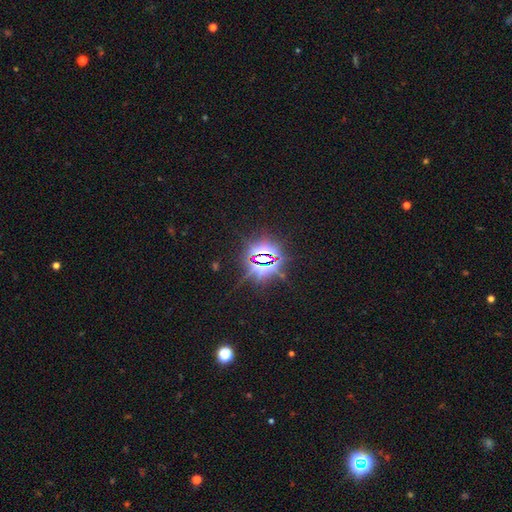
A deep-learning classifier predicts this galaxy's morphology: Q: Smooth or featured?
A: star or artifact (83%); runner-up: smooth (10%)